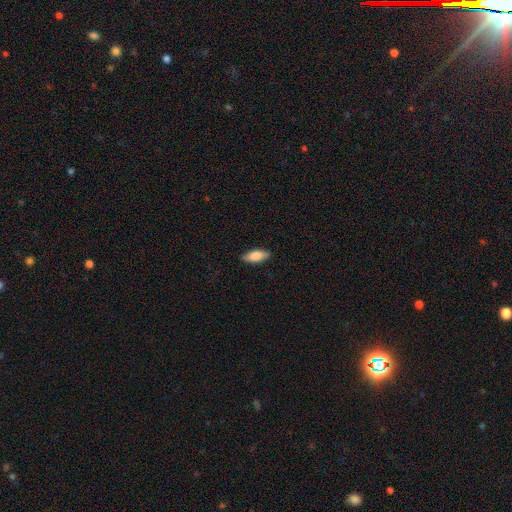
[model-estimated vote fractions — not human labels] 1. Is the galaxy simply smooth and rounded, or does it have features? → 83% smooth, 11% featured or disk, 6% star or artifact.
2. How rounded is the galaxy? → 81% in between, 17% cigar-shaped, 2% round.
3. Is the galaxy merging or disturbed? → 87% none, 10% minor disturbance, 2% major disturbance, 1% merger.